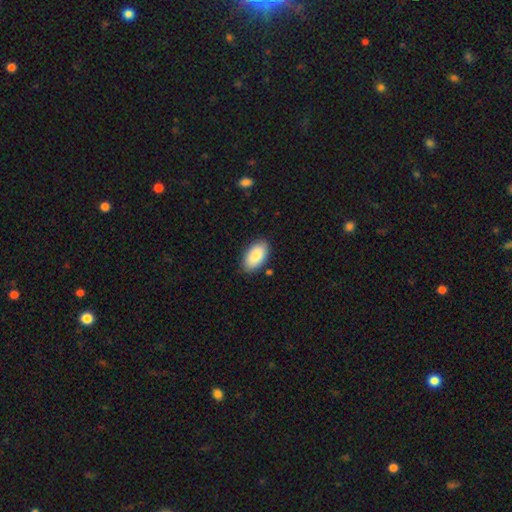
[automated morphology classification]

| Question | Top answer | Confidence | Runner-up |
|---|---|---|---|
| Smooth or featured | smooth | 88% | featured or disk (6%) |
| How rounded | in between | 96% | round (3%) |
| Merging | none | 85% | minor disturbance (11%) |